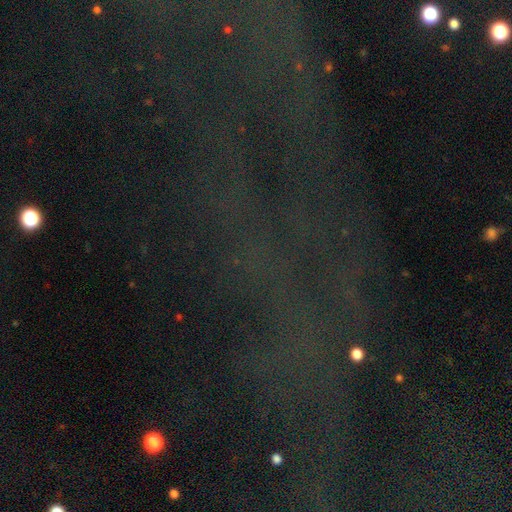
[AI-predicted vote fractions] Smooth or featured?
  - star or artifact: 73% *
  - featured or disk: 15%
  - smooth: 12%